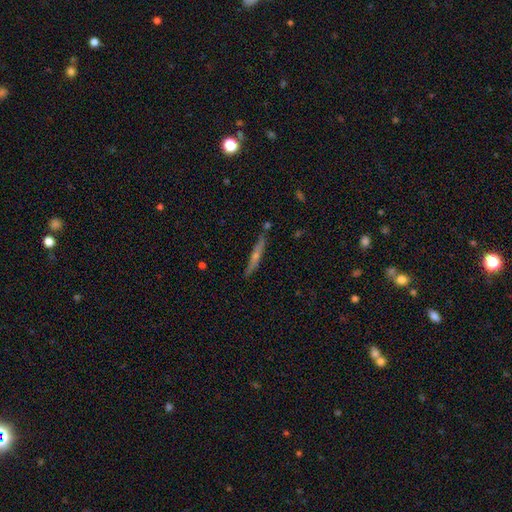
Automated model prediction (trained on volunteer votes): This appears to be a featured or disk galaxy (66%) viewed edge-on (95%) with a rounded central bulge (77%). Merging: none (85%).